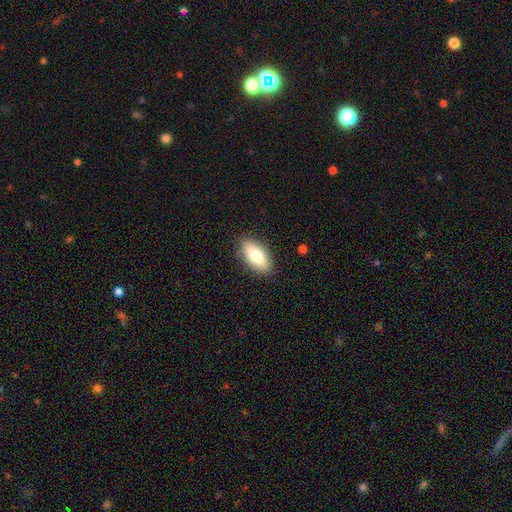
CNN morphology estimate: smooth_or_featured: smooth (p=0.75) [alt: featured or disk p=0.18]
how_rounded: in between (p=0.88) [alt: cigar-shaped p=0.09]
merging: none (p=0.86) [alt: minor disturbance p=0.10]